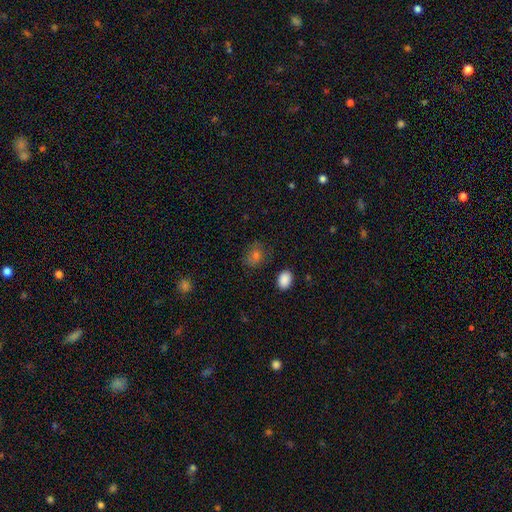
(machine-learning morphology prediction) smooth 71%, star or artifact 17%, featured or disk 12%. Down the decision tree: how rounded — in between (55%); merging — none (74%).